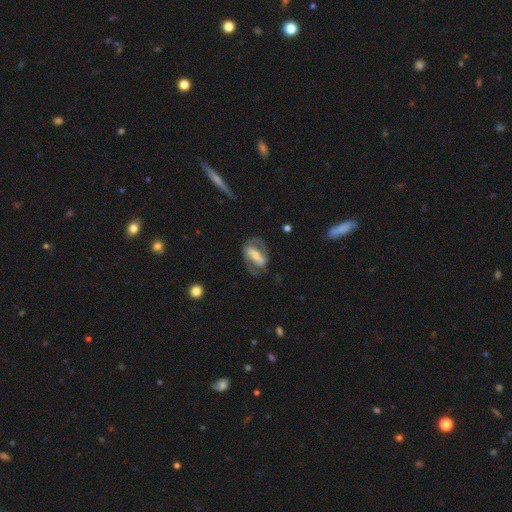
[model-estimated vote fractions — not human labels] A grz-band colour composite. It shows a featured or disk galaxy (74%) with a strong bar (66%), spiral arms (71%) and a small central bulge (46%). Merging: none (61%).